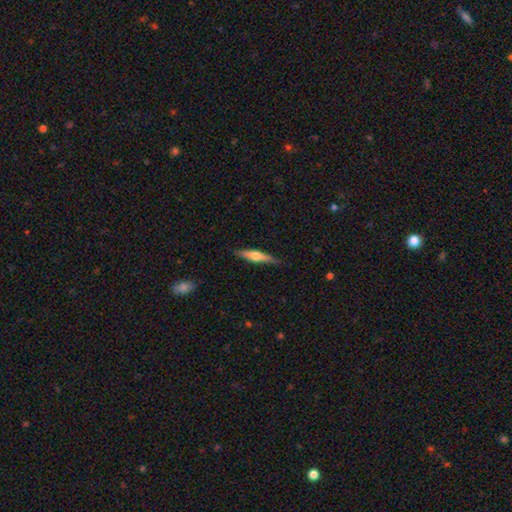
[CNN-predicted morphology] Smooth or featured? Predicted: featured or disk (p=0.58). Edge-on disk? Predicted: yes (p=0.96). Edge-on bulge? Predicted: rounded (p=0.90). Merging? Predicted: none (p=0.87).